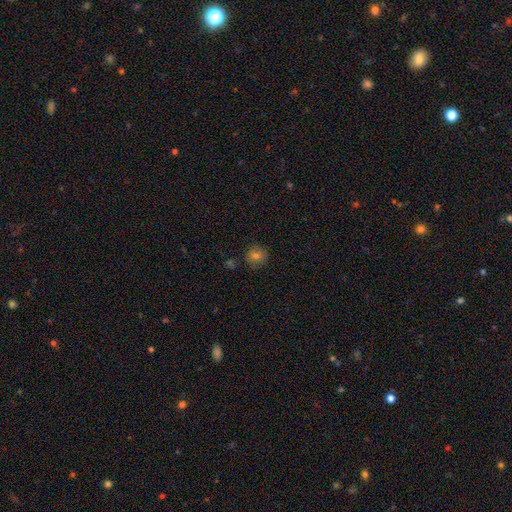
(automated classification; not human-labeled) This appears to be a smooth galaxy with no disk features (74%) that is round (90%). Merging: none (85%).